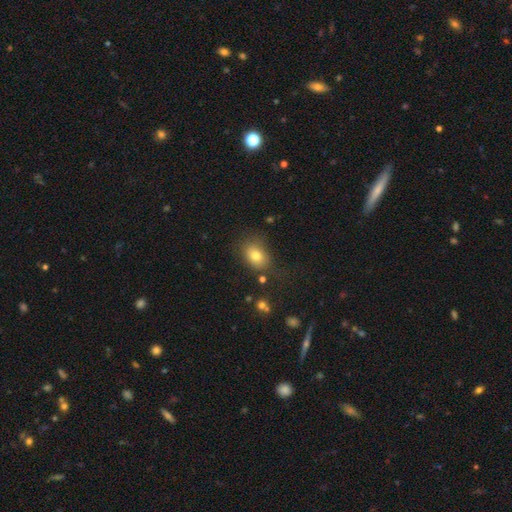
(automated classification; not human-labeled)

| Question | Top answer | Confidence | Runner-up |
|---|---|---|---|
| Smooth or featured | smooth | 78% | star or artifact (12%) |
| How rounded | in between | 68% | round (30%) |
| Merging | none | 68% | minor disturbance (20%) |